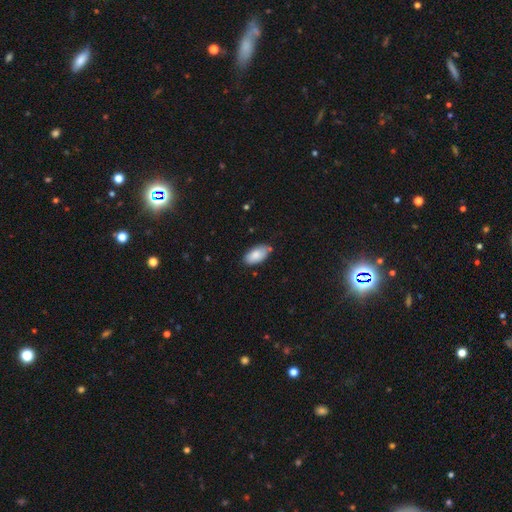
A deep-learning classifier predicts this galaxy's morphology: Overall: smooth (84%). How rounded: in between (95%). Merging: none (76%).